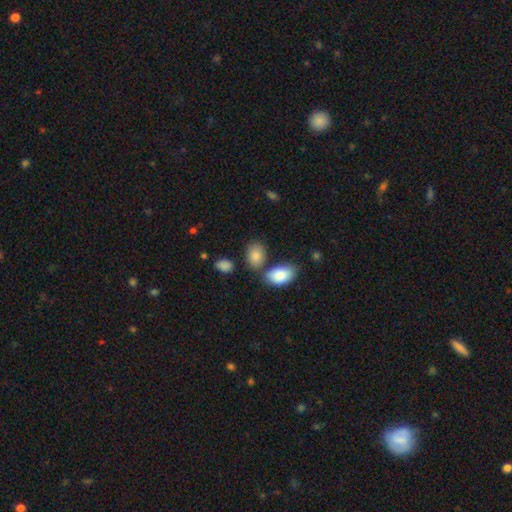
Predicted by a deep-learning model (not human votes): smooth-or-featured: smooth: 85% | star or artifact: 8% | featured or disk: 7%
  how-rounded: in between: 83% | round: 16% | cigar-shaped: 1%
  merging: none: 63% | merger: 17% | minor disturbance: 15% | major disturbance: 4%